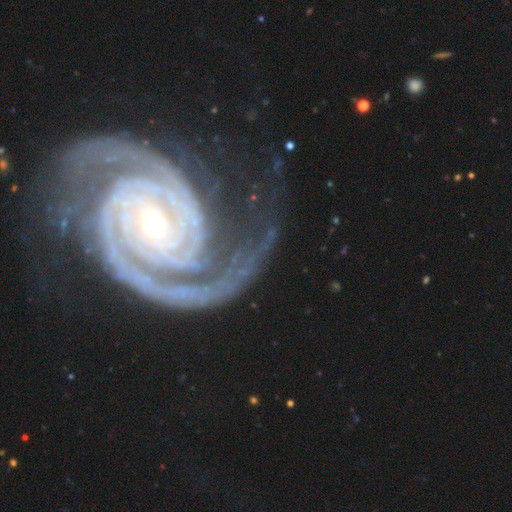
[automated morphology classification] Smooth or featured: featured or disk — 93% (star or artifact — 5%)
Edge-on disk: no — 98% (yes — 2%)
Bar: no — 47% (weak — 27%)
Spiral arms: yes — 99% (no — 1%)
Spiral winding: tight — 69% (medium — 26%)
Spiral arm count: 2 — 77% (3 — 8%)
Bulge size: moderate — 51% (small — 44%)
Merging: none — 63% (minor disturbance — 19%)